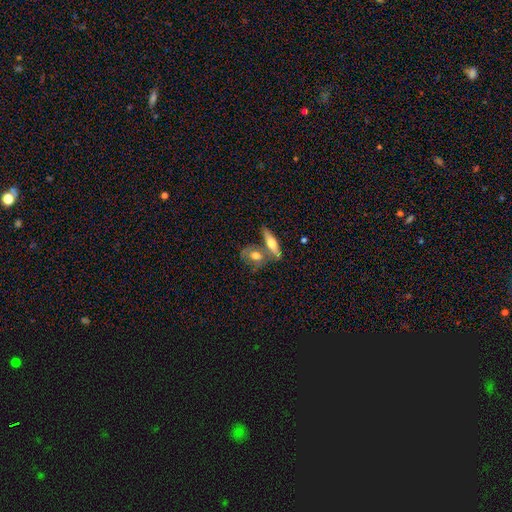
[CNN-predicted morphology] This is possibly a smooth galaxy (49%). Merging: possibly none (48%).